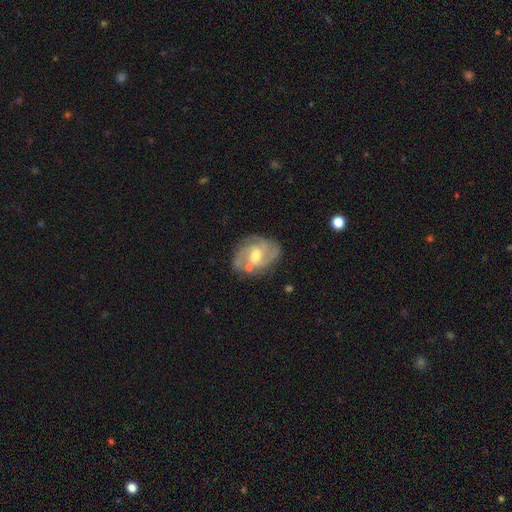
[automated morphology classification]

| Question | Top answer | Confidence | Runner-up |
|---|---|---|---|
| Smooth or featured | featured or disk | 79% | smooth (15%) |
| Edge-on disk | no | 97% | yes (3%) |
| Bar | weak | 51% | no (37%) |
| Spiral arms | yes | 90% | no (10%) |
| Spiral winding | medium | 49% | tight (35%) |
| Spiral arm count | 2 | 51% | 3 (23%) |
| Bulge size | moderate | 69% | small (20%) |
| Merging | none | 69% | minor disturbance (19%) |